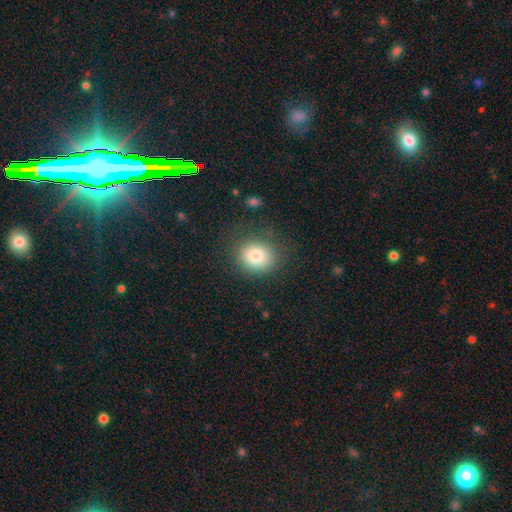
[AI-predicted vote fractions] Q: Smooth or featured?
A: smooth (79%); runner-up: star or artifact (11%)
Q: How rounded?
A: round (73%); runner-up: in between (26%)
Q: Merging?
A: none (81%); runner-up: minor disturbance (12%)